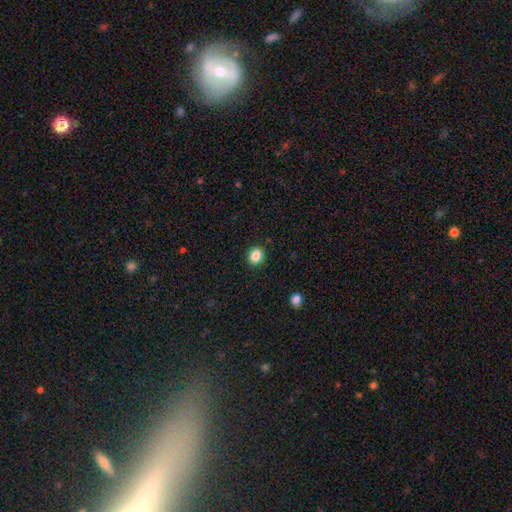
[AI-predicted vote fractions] This is clearly a smooth galaxy (86%). How rounded: likely round (63%). Merging: clearly none (90%).